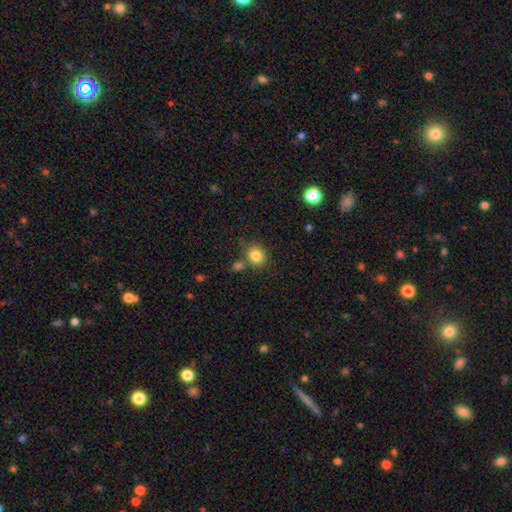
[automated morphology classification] Overall: smooth (83%). How rounded: round (78%). Merging: none (68%).